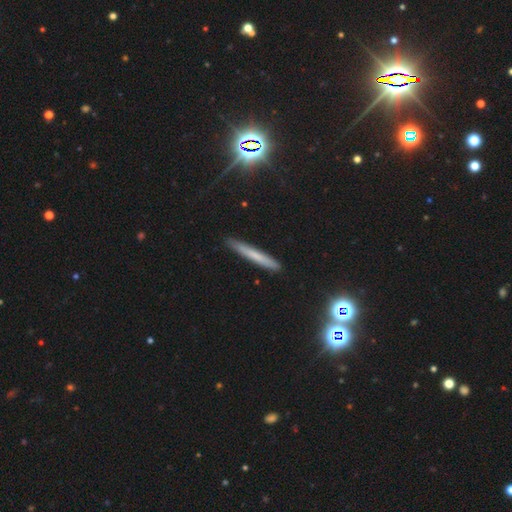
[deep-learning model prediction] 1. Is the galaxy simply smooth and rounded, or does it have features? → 57% smooth, 30% featured or disk, 13% star or artifact.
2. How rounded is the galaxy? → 96% cigar-shaped, 3% in between, 2% round.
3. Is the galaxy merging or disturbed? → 88% none, 9% minor disturbance, 2% major disturbance, 1% merger.